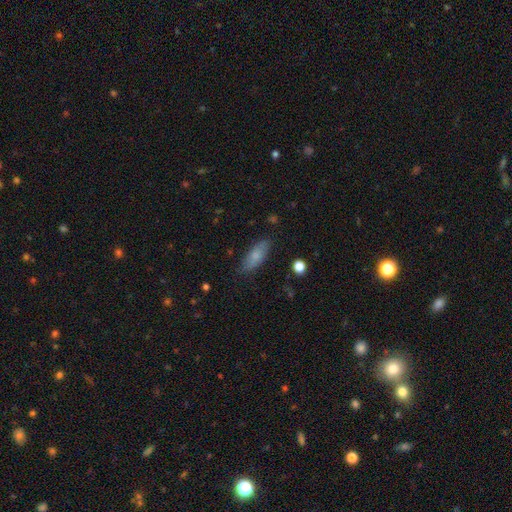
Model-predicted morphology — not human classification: Smooth or featured? Predicted: smooth (p=0.75). How rounded? Predicted: in between (p=0.70). Merging? Predicted: none (p=0.81).